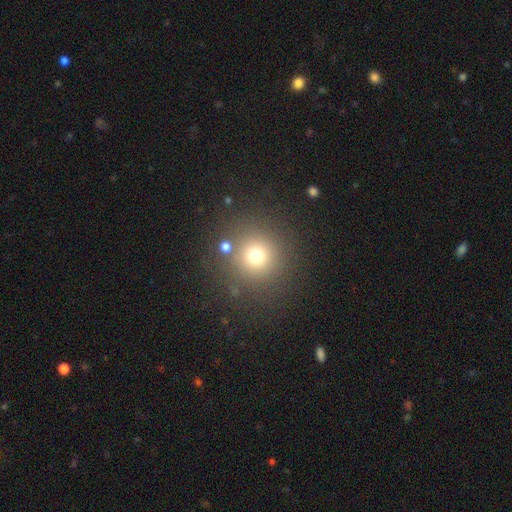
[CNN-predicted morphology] Smooth or featured?
  - smooth: 71% *
  - star or artifact: 19%
  - featured or disk: 9%
How rounded?
  - round: 94% *
  - in between: 5%
  - cigar-shaped: 1%
Merging?
  - none: 82% *
  - minor disturbance: 8%
  - merger: 5%
  - major disturbance: 5%